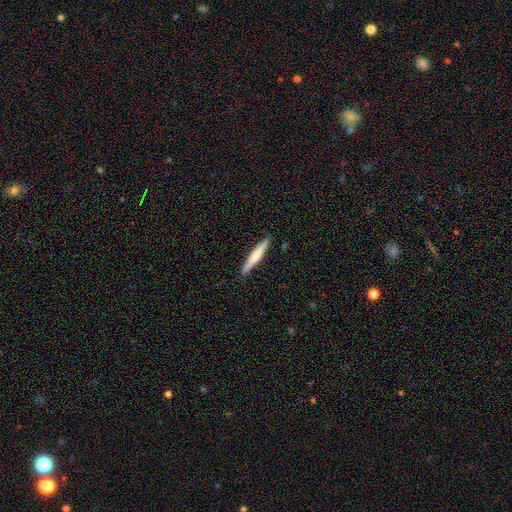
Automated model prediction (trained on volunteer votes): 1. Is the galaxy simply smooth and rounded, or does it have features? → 56% smooth, 39% featured or disk, 5% star or artifact.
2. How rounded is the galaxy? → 94% cigar-shaped, 5% in between, 1% round.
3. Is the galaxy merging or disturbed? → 90% none, 7% minor disturbance, 1% major disturbance, 1% merger.